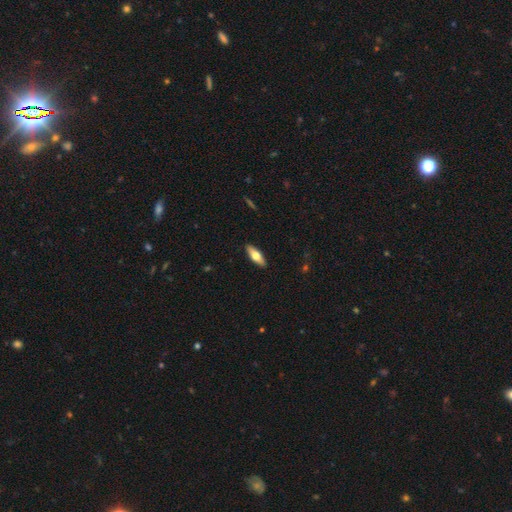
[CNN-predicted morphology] Q: Smooth or featured?
A: smooth (58%); runner-up: featured or disk (36%)
Q: How rounded?
A: in between (61%); runner-up: cigar-shaped (36%)
Q: Merging?
A: none (91%); runner-up: minor disturbance (7%)